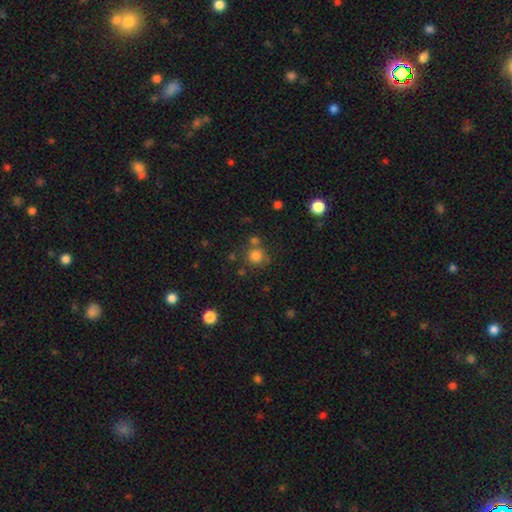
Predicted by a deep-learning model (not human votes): smooth-or-featured: smooth: 79% | star or artifact: 14% | featured or disk: 7%
  how-rounded: round: 92% | in between: 7% | cigar-shaped: 1%
  merging: none: 69% | merger: 17% | minor disturbance: 10% | major disturbance: 4%